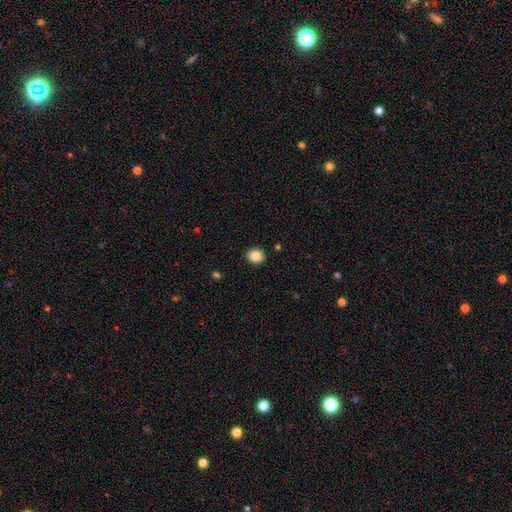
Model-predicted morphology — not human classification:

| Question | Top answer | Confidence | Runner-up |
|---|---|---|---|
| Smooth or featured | smooth | 85% | star or artifact (9%) |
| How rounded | round | 76% | in between (24%) |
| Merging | none | 92% | minor disturbance (6%) |